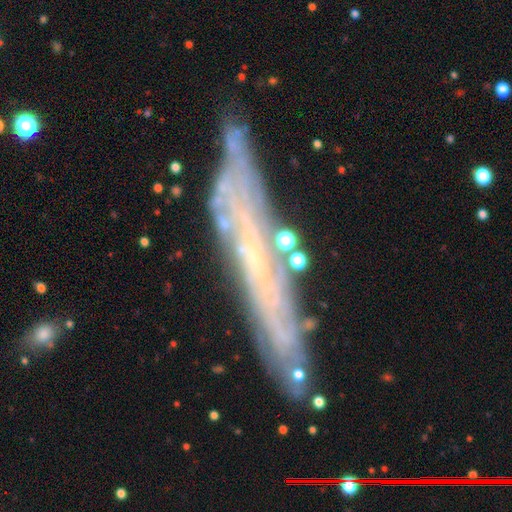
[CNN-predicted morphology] Smooth or featured? Predicted: featured or disk (p=0.71). Edge-on disk? Predicted: yes (p=0.67). Merging? Predicted: none (p=0.76).